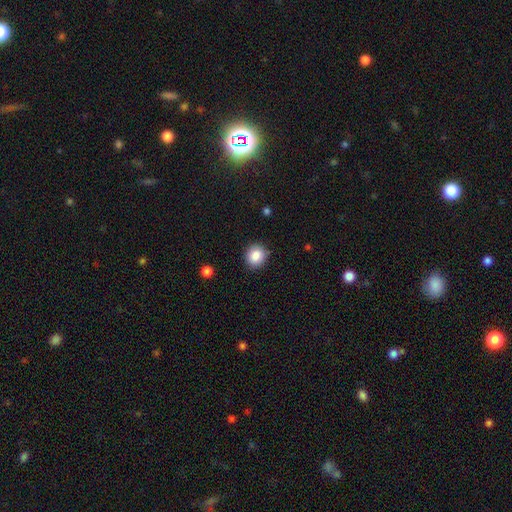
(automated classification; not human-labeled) smooth_or_featured: smooth (p=0.85) [alt: star or artifact p=0.09]
how_rounded: round (p=0.85) [alt: in between p=0.14]
merging: none (p=0.88) [alt: minor disturbance p=0.08]